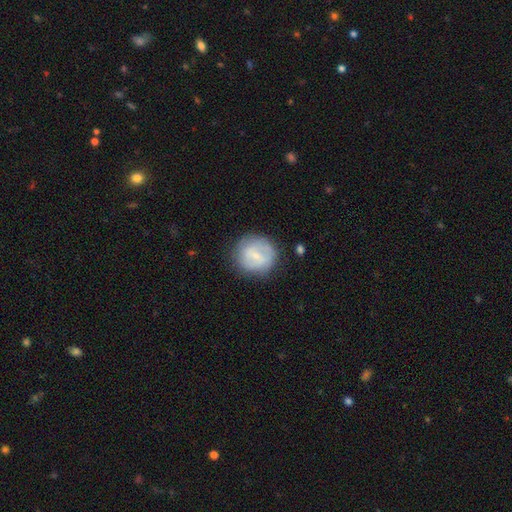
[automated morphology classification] Smooth or featured? Predicted: smooth (p=0.53). How rounded? Predicted: round (p=0.89). Merging? Predicted: none (p=0.73).